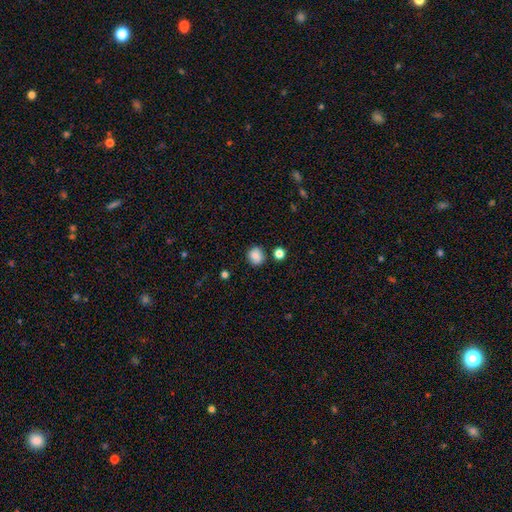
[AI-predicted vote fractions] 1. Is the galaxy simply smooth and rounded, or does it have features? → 85% smooth, 10% star or artifact, 5% featured or disk.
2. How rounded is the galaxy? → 86% round, 13% in between, 1% cigar-shaped.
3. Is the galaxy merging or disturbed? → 85% none, 9% minor disturbance, 4% merger, 2% major disturbance.